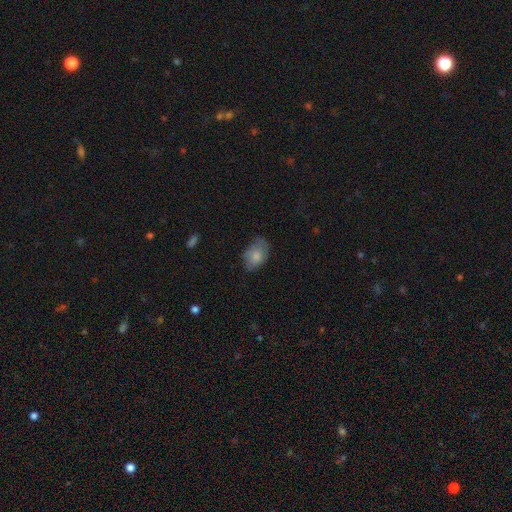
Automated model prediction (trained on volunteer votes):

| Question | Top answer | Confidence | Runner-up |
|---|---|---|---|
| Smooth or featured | smooth | 77% | featured or disk (16%) |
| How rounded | in between | 84% | round (14%) |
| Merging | none | 56% | minor disturbance (31%) |